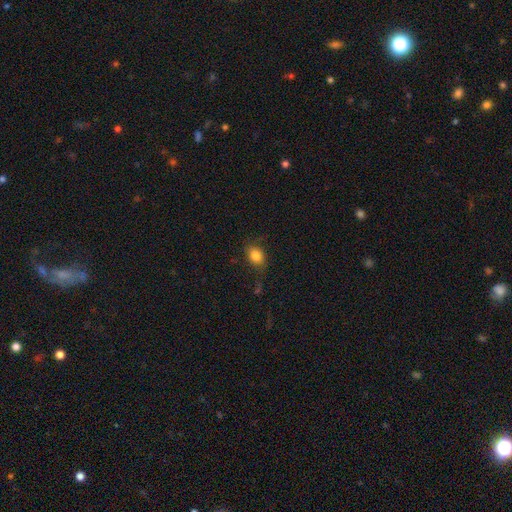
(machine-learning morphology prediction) A smooth galaxy with no disk features (82%) that is in between round and cigar-shaped (62%).

Vote fractions:
- Smooth or featured? smooth: 82% / star or artifact: 10% / featured or disk: 9%
- How rounded? in between: 62% / round: 37% / cigar-shaped: 2%
- Merging? none: 70% / minor disturbance: 20% / major disturbance: 8% / merger: 2%